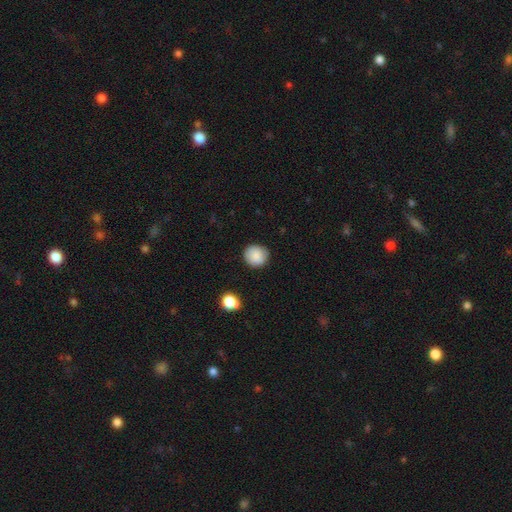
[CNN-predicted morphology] Q: Smooth or featured?
A: smooth (87%); runner-up: star or artifact (8%)
Q: How rounded?
A: round (89%); runner-up: in between (10%)
Q: Merging?
A: none (87%); runner-up: minor disturbance (9%)